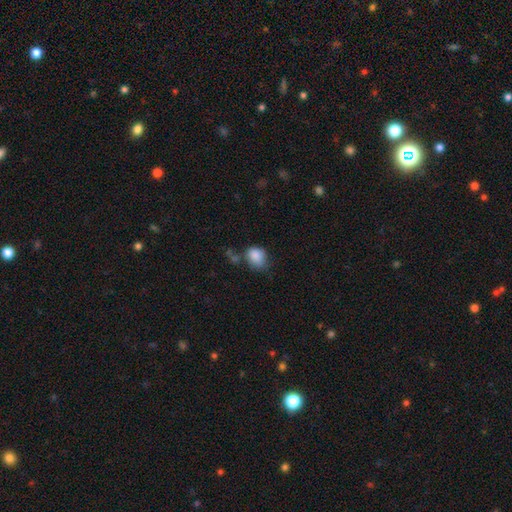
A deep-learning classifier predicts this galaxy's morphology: smooth 86%, star or artifact 9%, featured or disk 5%. Down the decision tree: how rounded — round (51%); merging — none (48%).